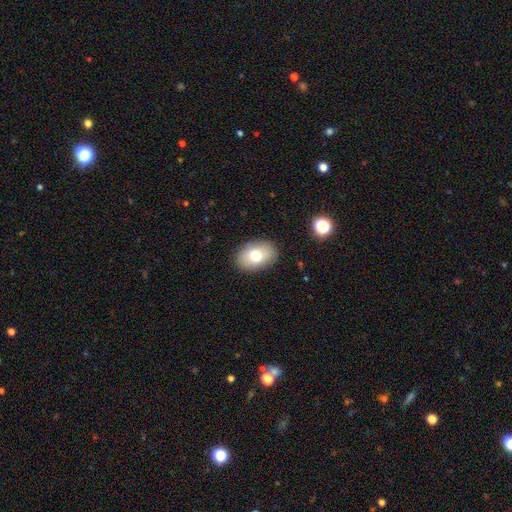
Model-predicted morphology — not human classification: smooth-or-featured: smooth: 75% | featured or disk: 17% | star or artifact: 9%
  how-rounded: in between: 83% | round: 16% | cigar-shaped: 1%
  merging: none: 87% | minor disturbance: 9% | major disturbance: 3% | merger: 1%